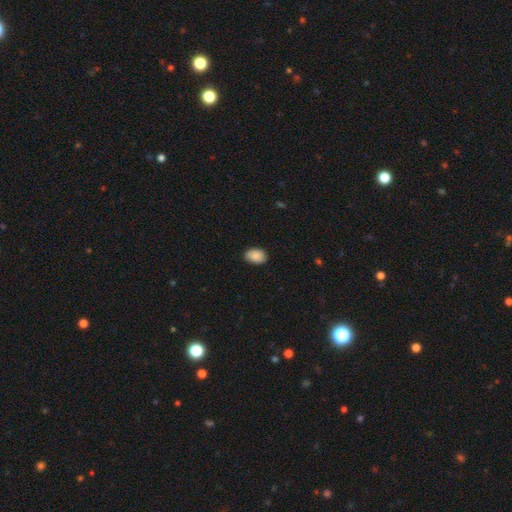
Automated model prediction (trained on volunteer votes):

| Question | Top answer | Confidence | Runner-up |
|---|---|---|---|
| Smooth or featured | smooth | 88% | star or artifact (7%) |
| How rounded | in between | 87% | round (11%) |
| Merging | none | 80% | minor disturbance (17%) |